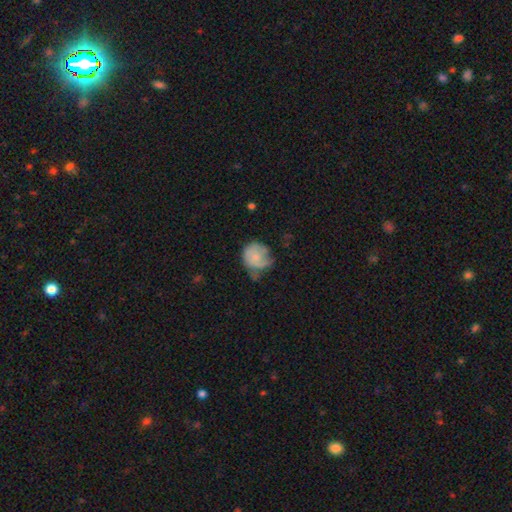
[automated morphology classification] type=smooth (56%); roundness=round (76%); merging=minor disturbance (37%, tied with none).